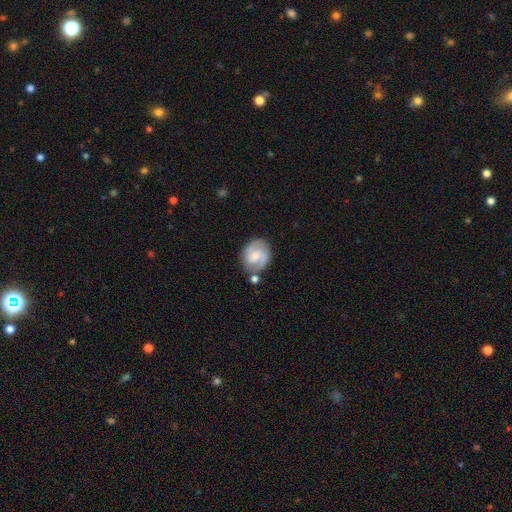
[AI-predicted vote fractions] This appears to be a featured or disk galaxy (72%) with a weak bar (48%), 2 (81%) medium (50%) spiral arms (94%) and a moderate central bulge (39%). Merging: none (66%).